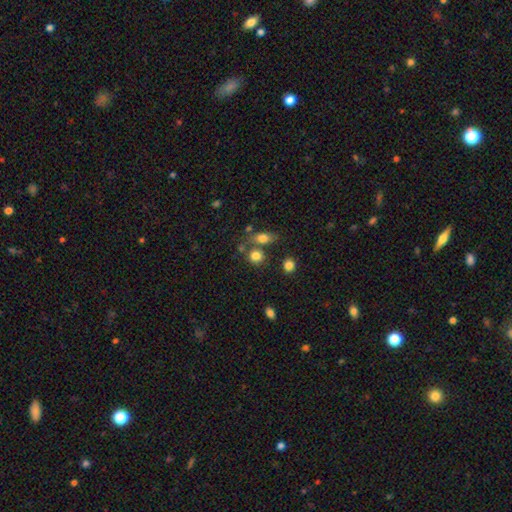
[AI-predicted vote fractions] Q: Smooth or featured?
A: smooth (80%); runner-up: star or artifact (12%)
Q: How rounded?
A: round (69%); runner-up: in between (29%)
Q: Merging?
A: none (60%); runner-up: merger (24%)